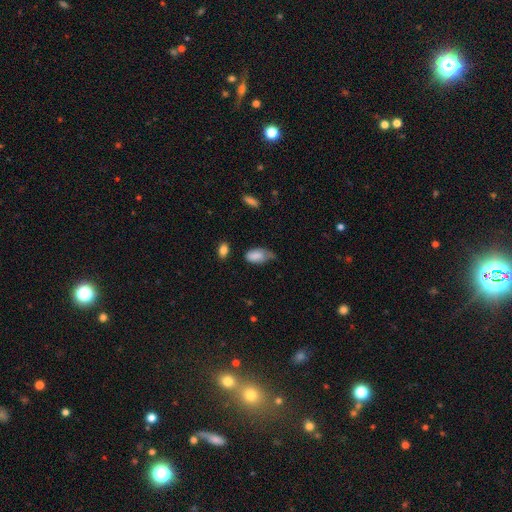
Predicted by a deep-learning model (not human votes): smooth-or-featured: smooth: 81% | featured or disk: 12% | star or artifact: 7%
  how-rounded: in between: 93% | round: 5% | cigar-shaped: 2%
  merging: minor disturbance: 45% | none: 31% | major disturbance: 21% | merger: 3%